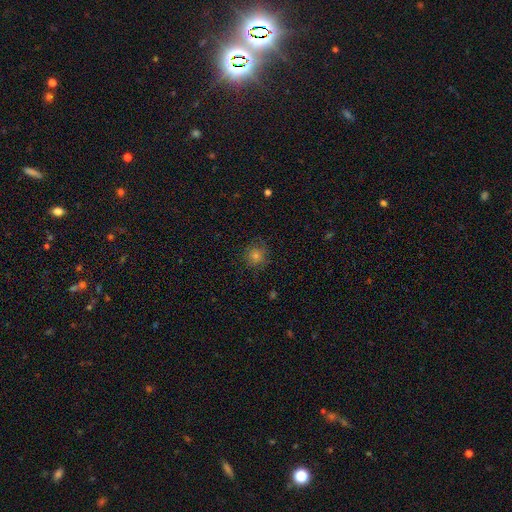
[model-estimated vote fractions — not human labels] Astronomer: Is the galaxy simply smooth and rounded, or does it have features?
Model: smooth — 66%.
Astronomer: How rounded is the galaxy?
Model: round — 92%.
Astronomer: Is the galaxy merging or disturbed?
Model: none — 84%.